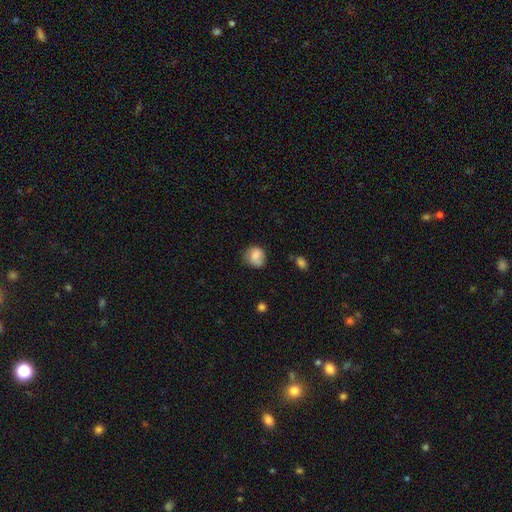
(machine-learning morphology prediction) A smooth galaxy with no disk features (79%) that is round (76%). Merging: none (61%).